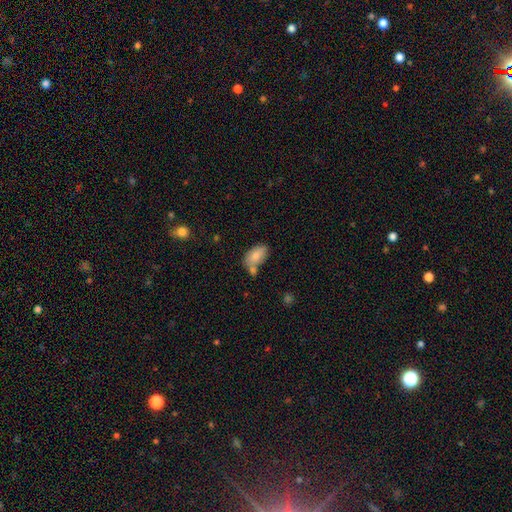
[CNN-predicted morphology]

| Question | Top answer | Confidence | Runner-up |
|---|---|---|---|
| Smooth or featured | smooth | 80% | featured or disk (12%) |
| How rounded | in between | 93% | round (5%) |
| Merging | none | 52% | merger (24%) |